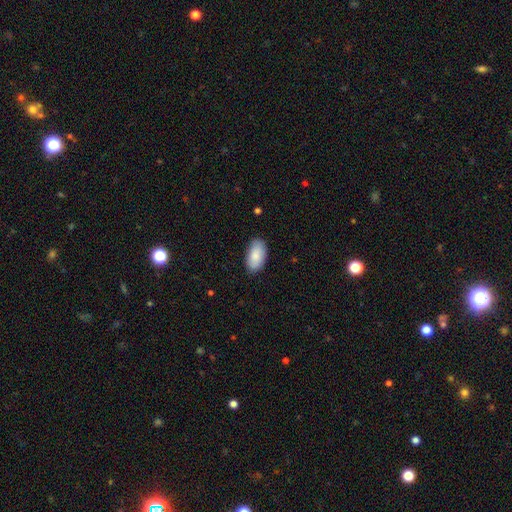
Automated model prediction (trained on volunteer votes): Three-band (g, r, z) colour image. It shows a smooth galaxy with no disk features (87%) that is in between round and cigar-shaped (95%). Merging: none (85%).